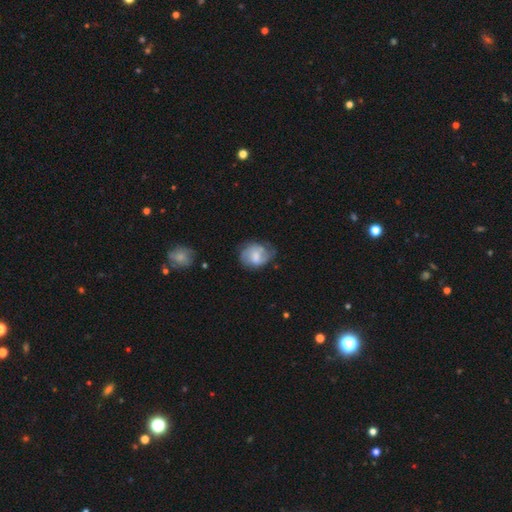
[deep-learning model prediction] A featured or disk galaxy (51%). Merging: none (59%).